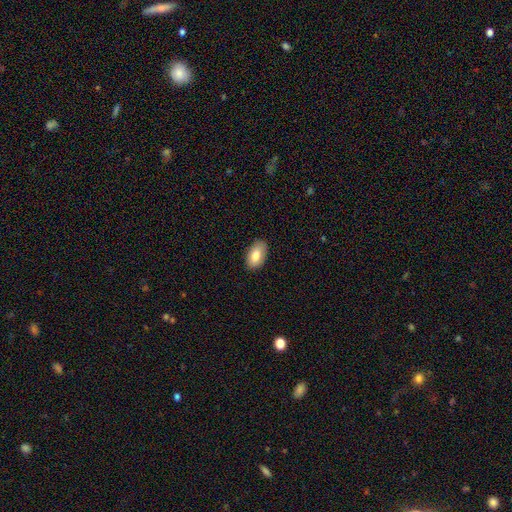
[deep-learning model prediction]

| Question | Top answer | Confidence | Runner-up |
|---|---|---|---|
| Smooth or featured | smooth | 78% | featured or disk (15%) |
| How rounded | in between | 94% | round (5%) |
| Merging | none | 87% | minor disturbance (10%) |